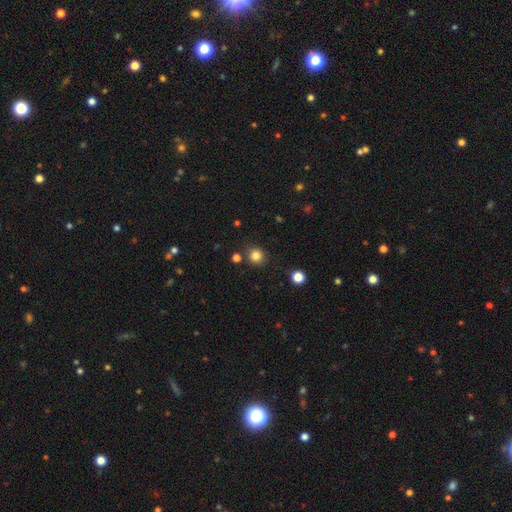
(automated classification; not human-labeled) smooth_or_featured: smooth (p=0.83) [alt: star or artifact p=0.13]
how_rounded: round (p=0.90) [alt: in between p=0.09]
merging: none (p=0.86) [alt: minor disturbance p=0.08]